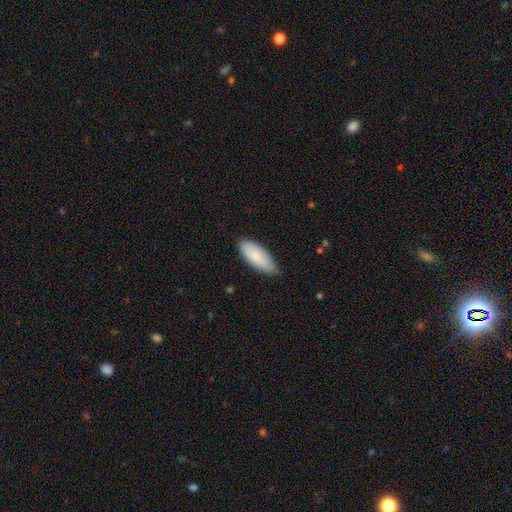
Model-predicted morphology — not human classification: Q: Smooth or featured?
A: smooth (82%); runner-up: featured or disk (13%)
Q: How rounded?
A: in between (81%); runner-up: cigar-shaped (17%)
Q: Merging?
A: none (76%); runner-up: minor disturbance (20%)